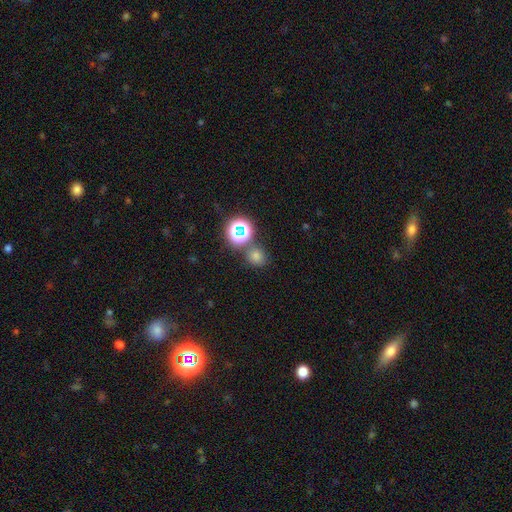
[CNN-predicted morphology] A smooth galaxy with no disk features (61%) that is round (84%).

Vote fractions:
- Smooth or featured? smooth: 61% / star or artifact: 33% / featured or disk: 7%
- How rounded? round: 84% / in between: 15% / cigar-shaped: 1%
- Merging? none: 76% / merger: 12% / minor disturbance: 9% / major disturbance: 3%